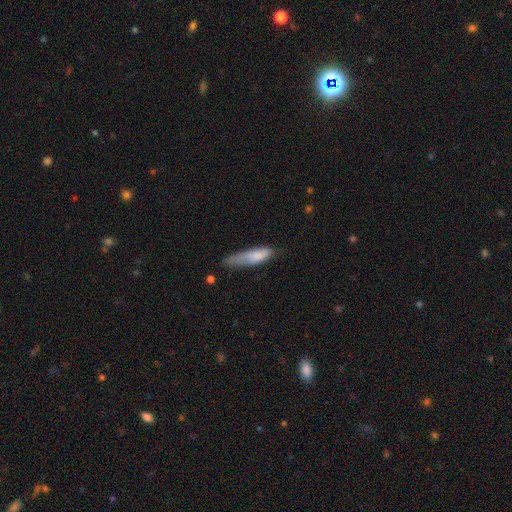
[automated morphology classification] Smooth or featured? Predicted: smooth (p=0.79). How rounded? Predicted: cigar-shaped (p=0.67). Merging? Predicted: minor disturbance (p=0.40).